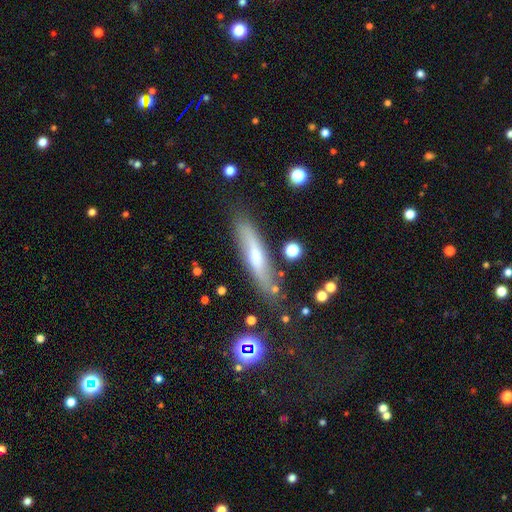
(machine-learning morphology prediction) A smooth galaxy with no disk features (48%). Merging: none (78%).